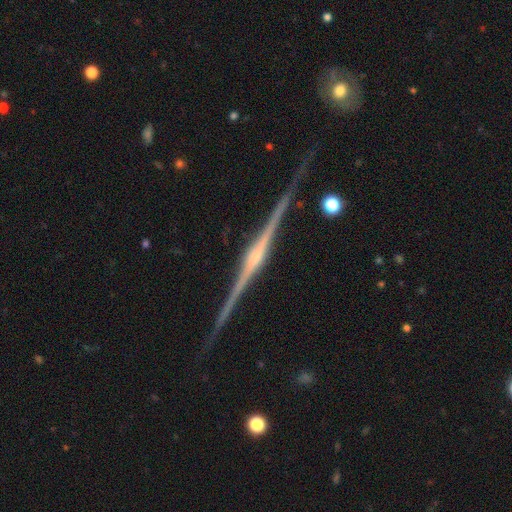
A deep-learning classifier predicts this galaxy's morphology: featured or disk 90%, star or artifact 5%, smooth 4%. Down the decision tree: edge-on disk — yes (99%); edge-on bulge — rounded (76%); merging — none (89%).